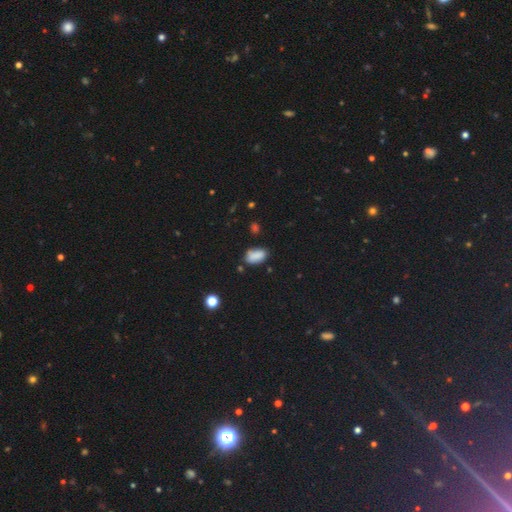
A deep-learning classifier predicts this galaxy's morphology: smooth_or_featured: smooth (p=0.85) [alt: star or artifact p=0.10]
how_rounded: in between (p=0.92) [alt: round p=0.06]
merging: none (p=0.68) [alt: minor disturbance p=0.22]